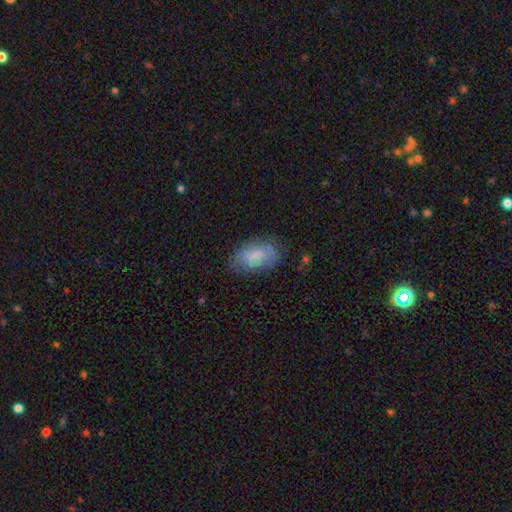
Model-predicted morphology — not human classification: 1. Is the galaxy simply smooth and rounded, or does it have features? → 70% smooth, 23% featured or disk, 7% star or artifact.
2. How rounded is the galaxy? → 93% in between, 5% round, 2% cigar-shaped.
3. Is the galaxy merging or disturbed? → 66% none, 24% minor disturbance, 8% major disturbance, 2% merger.